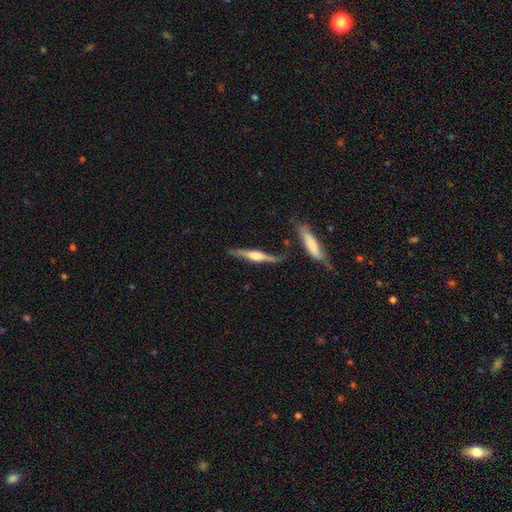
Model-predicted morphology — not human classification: Smooth or featured? featured or disk (71%)
Edge-on disk? yes (94%)
Edge-on bulge? rounded (72%)
Merging? none (70%)